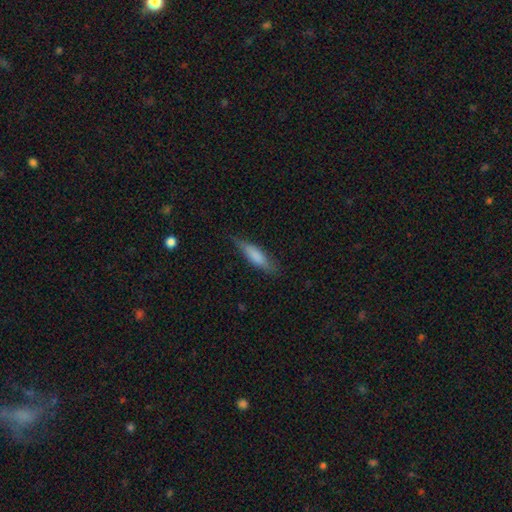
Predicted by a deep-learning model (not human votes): This is likely a smooth galaxy (74%). How rounded: likely cigar-shaped (65%). Merging: likely none (73%).